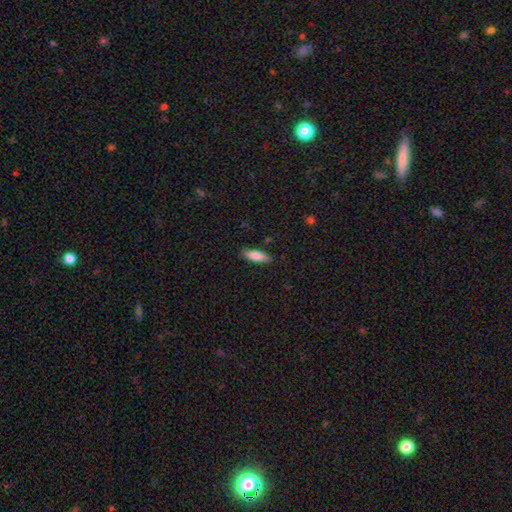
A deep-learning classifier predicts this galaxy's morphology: smooth 76%, featured or disk 18%, star or artifact 6%. Down the decision tree: how rounded — in between (50%); merging — none (87%).